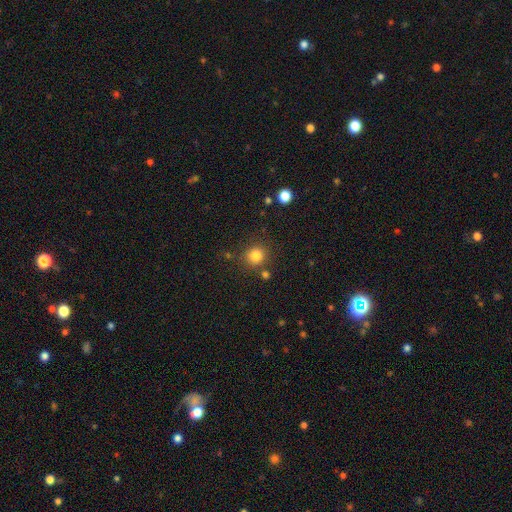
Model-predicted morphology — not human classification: Smooth or featured?
  - smooth: 82% *
  - star or artifact: 13%
  - featured or disk: 5%
How rounded?
  - round: 89% *
  - in between: 10%
  - cigar-shaped: 1%
Merging?
  - none: 82% *
  - minor disturbance: 9%
  - merger: 6%
  - major disturbance: 3%